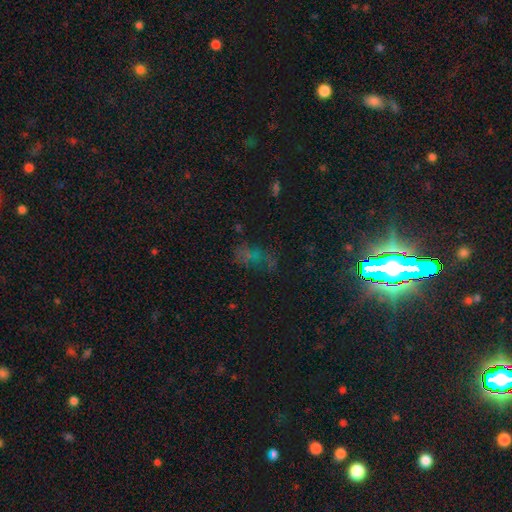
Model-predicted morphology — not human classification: This appears to be a star or artifact, not a galaxy (44%).